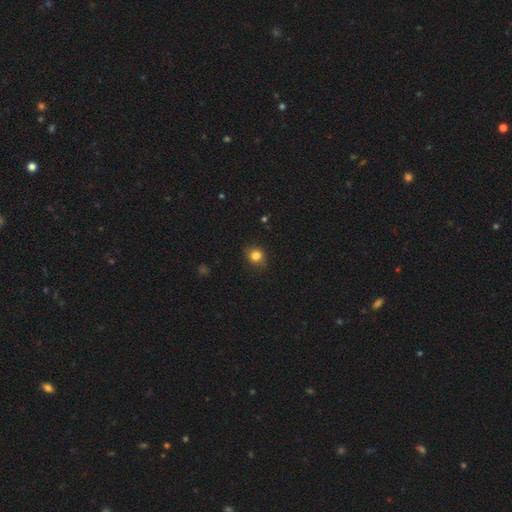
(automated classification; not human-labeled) Smooth or featured: smooth — 83% (star or artifact — 11%)
How rounded: round — 75% (in between — 24%)
Merging: none — 78% (minor disturbance — 17%)